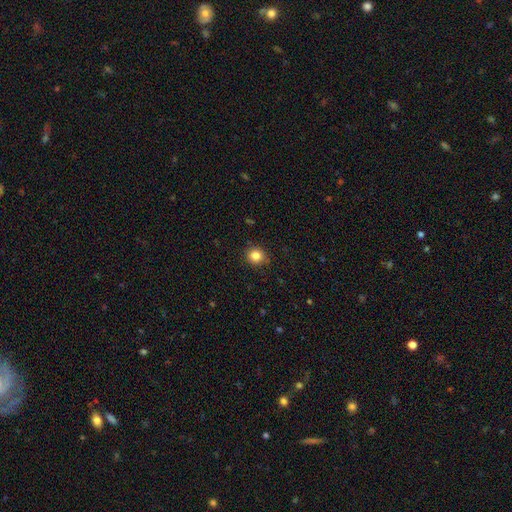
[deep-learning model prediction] Smooth or featured? Predicted: smooth (p=0.85). How rounded? Predicted: round (p=0.88). Merging? Predicted: none (p=0.89).